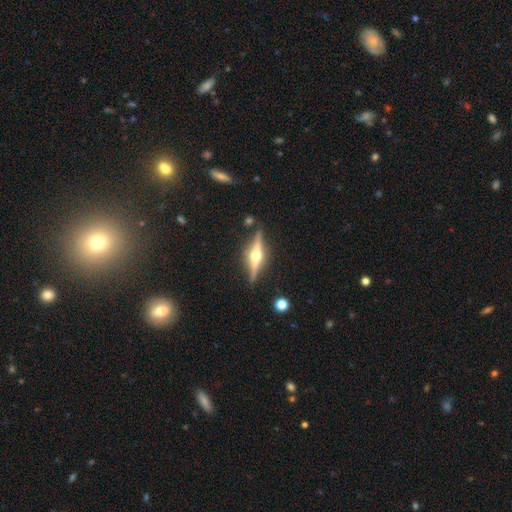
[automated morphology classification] A featured or disk galaxy (82%) viewed edge-on (97%) with a rounded central bulge (96%).

Vote fractions:
- Smooth or featured? featured or disk: 82% / smooth: 12% / star or artifact: 6%
- Edge-on disk? yes: 97% / no: 3%
- Edge-on bulge? rounded: 96% / boxy: 3% / none: 1%
- Merging? none: 86% / minor disturbance: 9% / merger: 2% / major disturbance: 2%